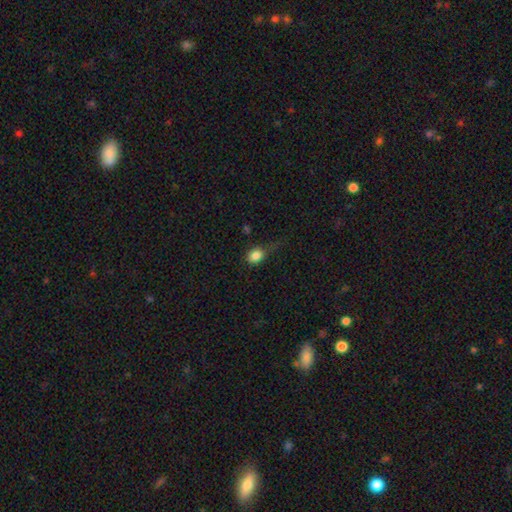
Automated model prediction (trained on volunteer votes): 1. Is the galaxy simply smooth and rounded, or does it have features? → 84% smooth, 10% star or artifact, 6% featured or disk.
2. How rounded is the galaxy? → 53% in between, 46% round, 2% cigar-shaped.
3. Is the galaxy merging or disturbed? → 52% none, 30% minor disturbance, 15% major disturbance, 3% merger.